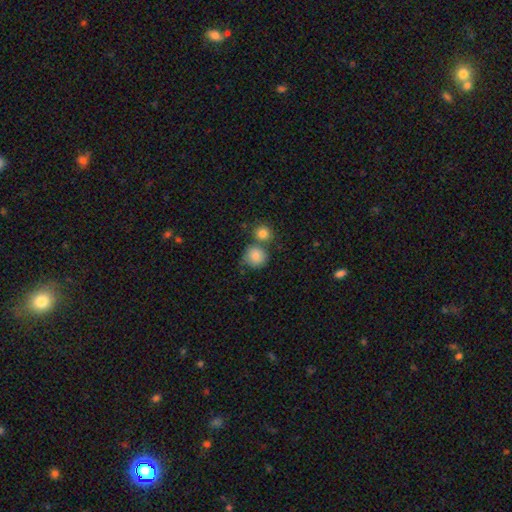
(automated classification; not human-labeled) Smooth or featured: smooth — 84% (star or artifact — 9%)
How rounded: round — 87% (in between — 12%)
Merging: none — 54% (merger — 30%)